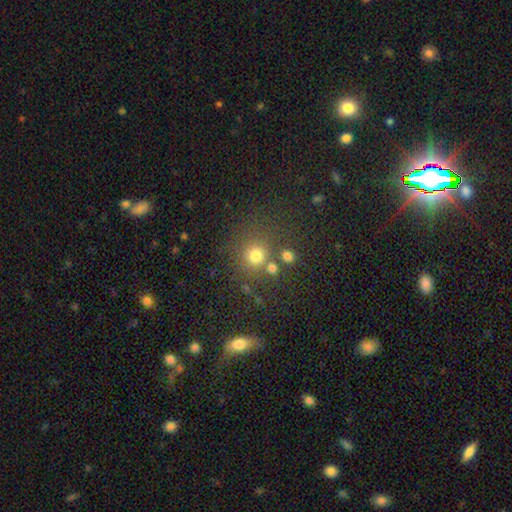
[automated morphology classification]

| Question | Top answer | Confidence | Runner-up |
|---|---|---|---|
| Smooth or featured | smooth | 73% | star or artifact (19%) |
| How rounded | round | 88% | in between (11%) |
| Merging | none | 67% | merger (17%) |